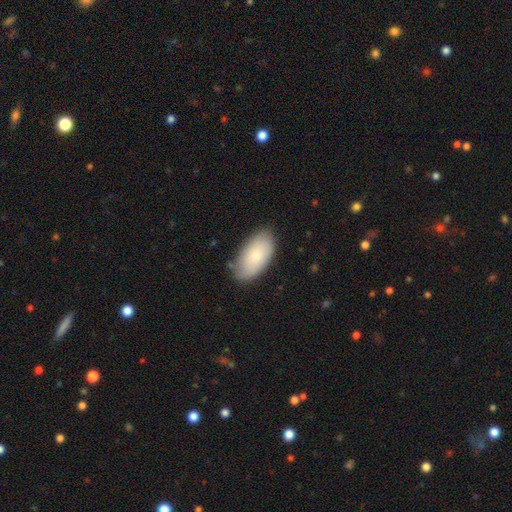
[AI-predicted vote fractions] This is likely a smooth galaxy (75%). How rounded: clearly in between (96%). Merging: likely none (78%).